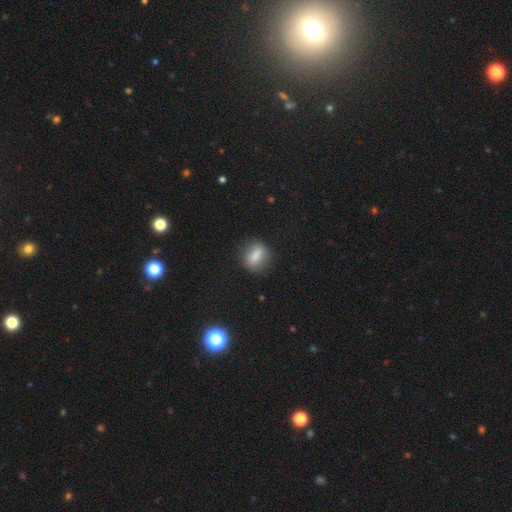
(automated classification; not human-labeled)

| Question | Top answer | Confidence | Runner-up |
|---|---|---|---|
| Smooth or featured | smooth | 75% | featured or disk (15%) |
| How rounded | in between | 55% | round (36%) |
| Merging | none | 82% | minor disturbance (12%) |